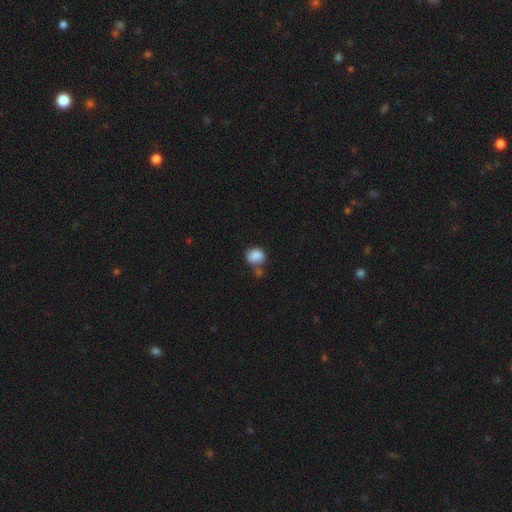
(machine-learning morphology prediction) smooth 85%, star or artifact 9%, featured or disk 6%. Down the decision tree: how rounded — round (64%); merging — none (48%).